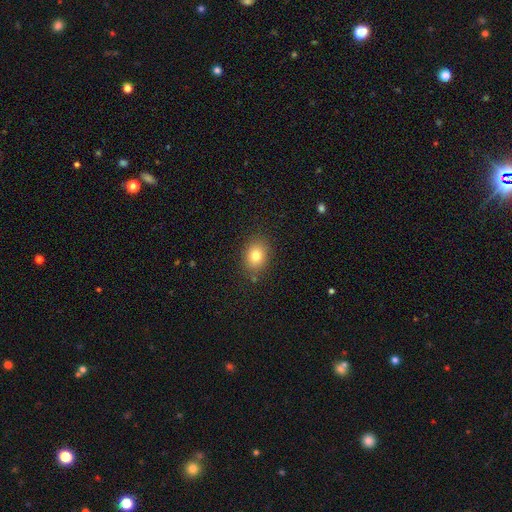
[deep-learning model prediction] smooth-or-featured: smooth: 79% | star or artifact: 11% | featured or disk: 10%
  how-rounded: in between: 53% | round: 46% | cigar-shaped: 1%
  merging: none: 84% | minor disturbance: 11% | major disturbance: 3% | merger: 2%